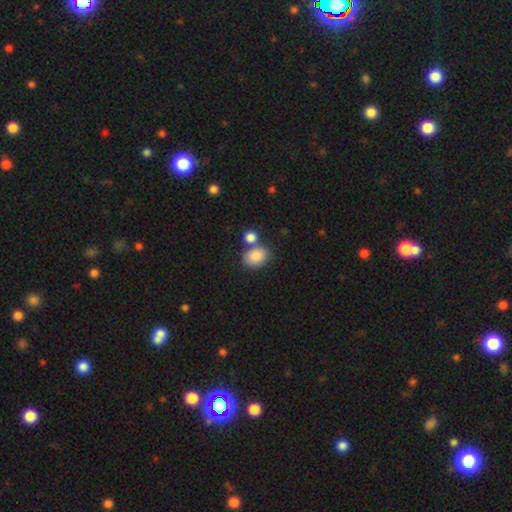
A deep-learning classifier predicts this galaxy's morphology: smooth 86%, star or artifact 8%, featured or disk 6%. Down the decision tree: how rounded — in between (69%); merging — none (56%).